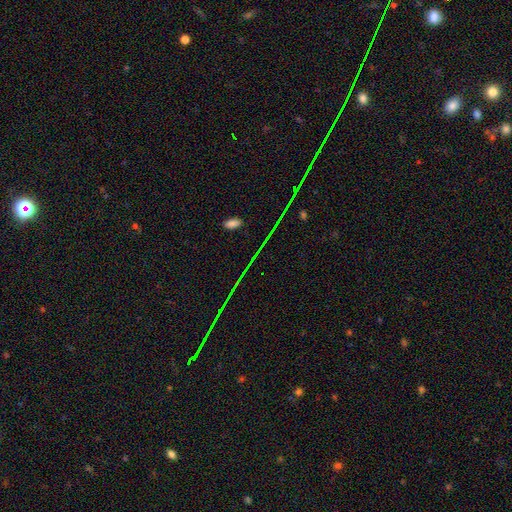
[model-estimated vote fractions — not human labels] Smooth or featured? Predicted: star or artifact (p=0.79).